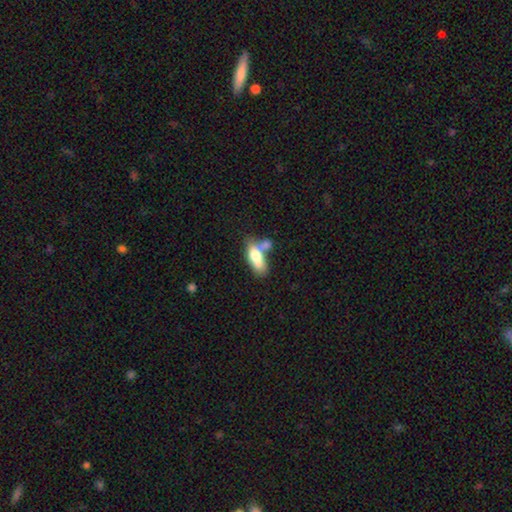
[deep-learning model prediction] This appears to be a smooth galaxy with no disk features (67%) that is in between round and cigar-shaped (76%). Merging: merger (46%).